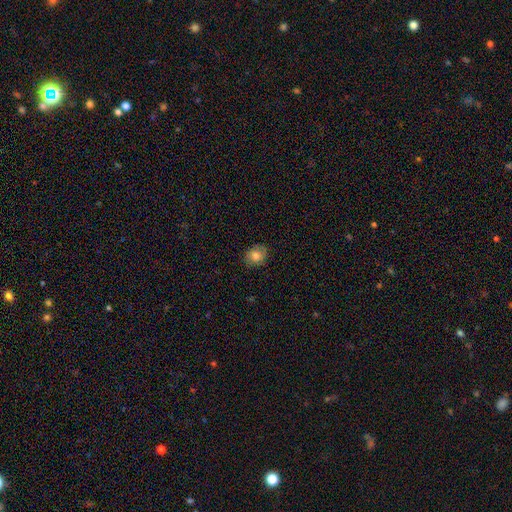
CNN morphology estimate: Smooth or featured? Predicted: smooth (p=0.76). How rounded? Predicted: round (p=0.59). Merging? Predicted: none (p=0.82).